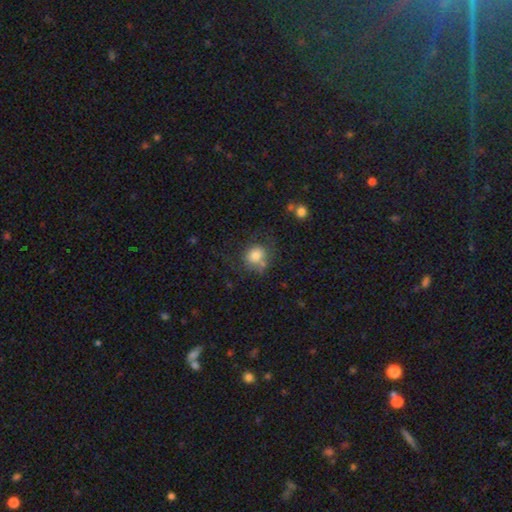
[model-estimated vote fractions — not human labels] Smooth or featured? Predicted: smooth (p=0.78). How rounded? Predicted: round (p=0.71). Merging? Predicted: none (p=0.57).